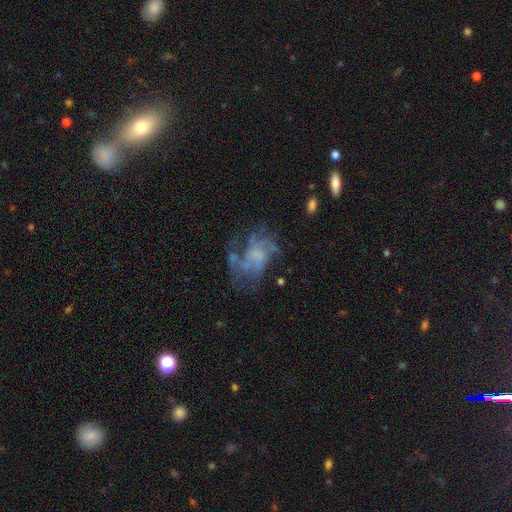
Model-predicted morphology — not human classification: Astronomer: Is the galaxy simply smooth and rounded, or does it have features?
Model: featured or disk — 63%.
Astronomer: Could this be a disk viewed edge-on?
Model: no — 97%.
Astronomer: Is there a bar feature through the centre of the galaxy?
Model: no — 80%.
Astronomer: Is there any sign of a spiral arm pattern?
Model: no — 54% (runner-up: yes, 46%).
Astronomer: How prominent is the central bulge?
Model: none — 55%.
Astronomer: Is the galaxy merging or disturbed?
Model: none — 40% (runner-up: major disturbance, 34%).